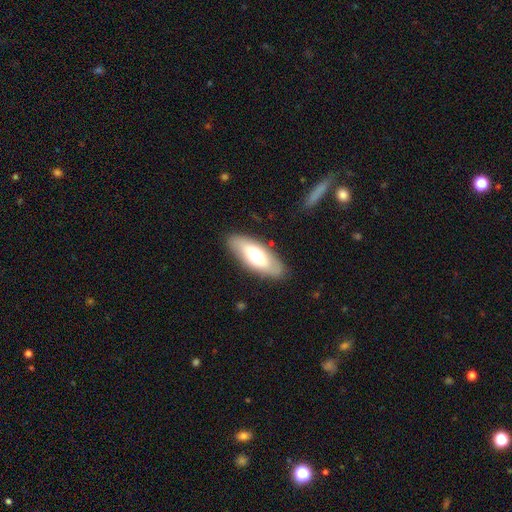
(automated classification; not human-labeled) Smooth or featured?
  - smooth: 61% *
  - featured or disk: 33%
  - star or artifact: 6%
How rounded?
  - in between: 77% *
  - cigar-shaped: 20%
  - round: 2%
Merging?
  - none: 85% *
  - minor disturbance: 11%
  - major disturbance: 3%
  - merger: 1%